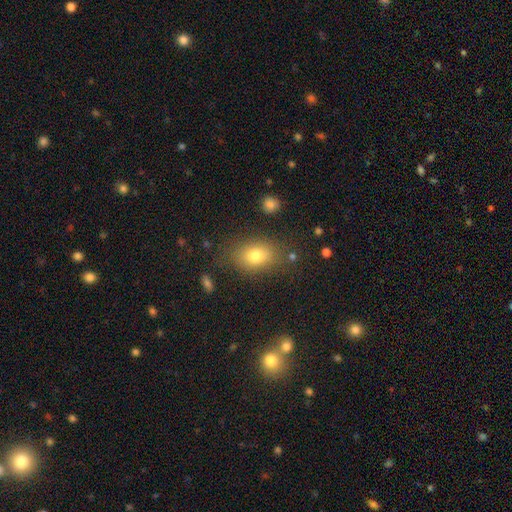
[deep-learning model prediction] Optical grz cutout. It shows a smooth galaxy with no disk features (76%) that is in between round and cigar-shaped (71%). Merging: none (79%).